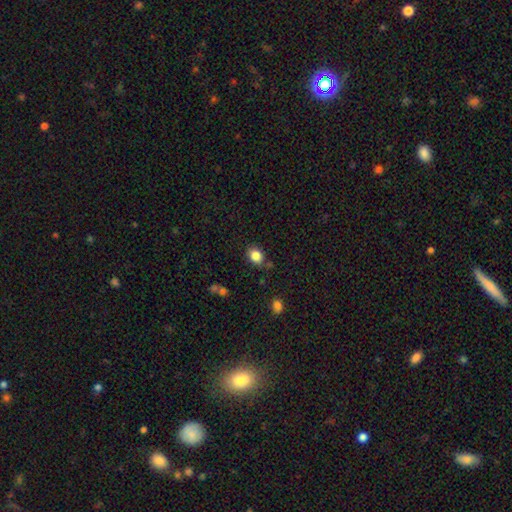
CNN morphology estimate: The model was most divided on "how rounded": in between: 55%, round: 44%, cigar-shaped: 1%. More confident: smooth or featured — smooth (84%); merging — none (79%).